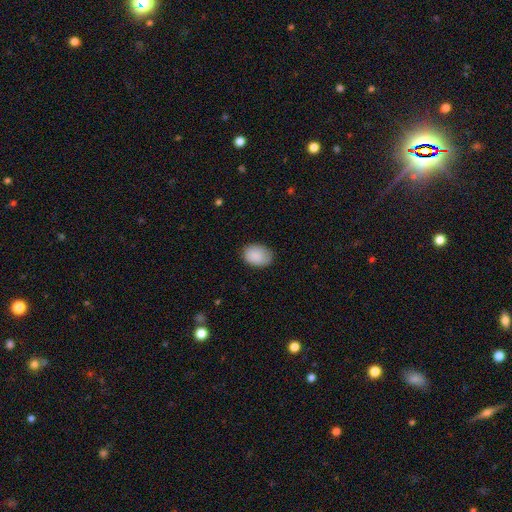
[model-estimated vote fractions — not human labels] A smooth galaxy with no disk features (88%) that is in between round and cigar-shaped (76%).

Vote fractions:
- Smooth or featured? smooth: 88% / star or artifact: 7% / featured or disk: 6%
- How rounded? in between: 76% / round: 23% / cigar-shaped: 1%
- Merging? none: 78% / minor disturbance: 18% / major disturbance: 3% / merger: 1%